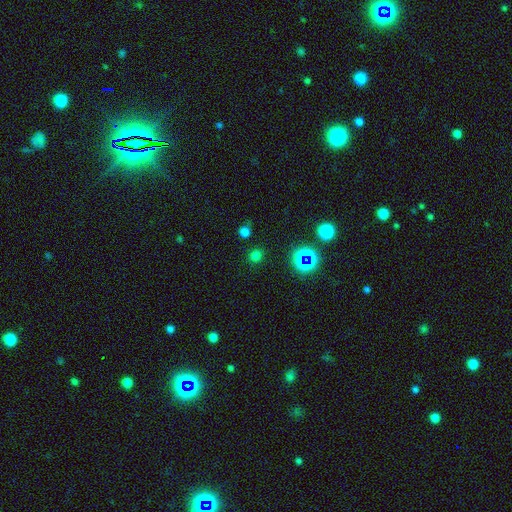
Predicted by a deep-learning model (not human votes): smooth-or-featured: smooth: 66% | star or artifact: 29% | featured or disk: 5%
  how-rounded: round: 88% | in between: 11% | cigar-shaped: 1%
  merging: none: 85% | minor disturbance: 8% | merger: 4% | major disturbance: 3%